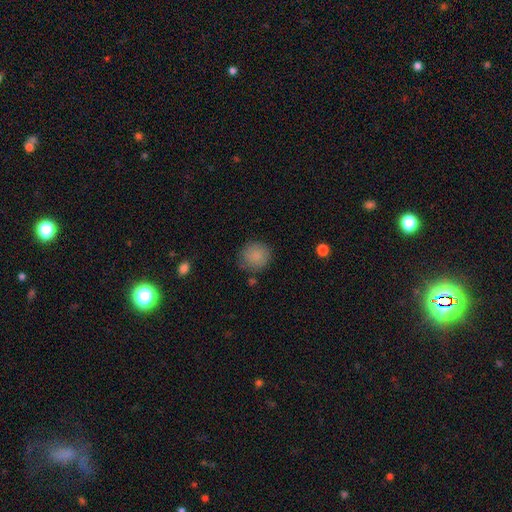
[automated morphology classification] Smooth or featured: smooth — 86% (star or artifact — 8%)
How rounded: round — 87% (in between — 12%)
Merging: none — 76% (minor disturbance — 16%)